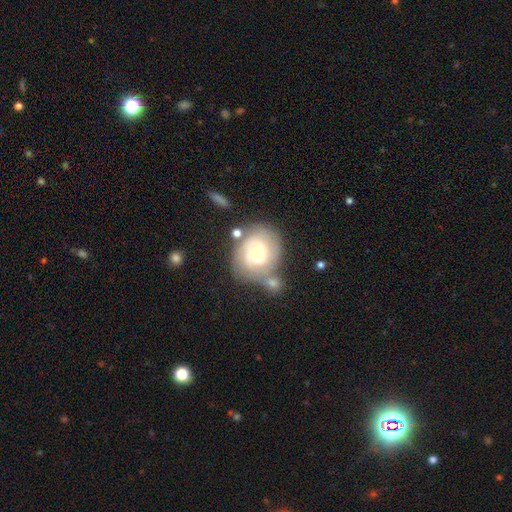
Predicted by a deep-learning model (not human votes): Smooth or featured?
  - featured or disk: 63% *
  - smooth: 29%
  - star or artifact: 8%
Edge-on disk?
  - no: 97% *
  - yes: 3%
Bar?
  - no: 73% *
  - weak: 23%
  - strong: 5%
Spiral arms?
  - yes: 84% *
  - no: 16%
Spiral winding?
  - tight: 65% *
  - medium: 27%
  - loose: 8%
Spiral arm count?
  - 2: 47% *
  - can't tell: 32%
  - 3: 11%
  - 1: 5%
  - 4: 3%
  - more than 4: 3%
Bulge size?
  - small: 50% *
  - moderate: 43%
  - large: 4%
  - none: 2%
  - dominant: 1%
Merging?
  - none: 54% *
  - merger: 21%
  - minor disturbance: 18%
  - major disturbance: 8%